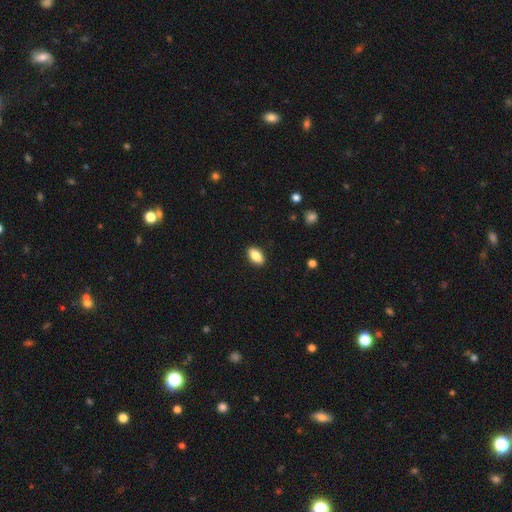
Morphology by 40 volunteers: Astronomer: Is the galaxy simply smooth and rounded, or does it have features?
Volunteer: smooth — 82%.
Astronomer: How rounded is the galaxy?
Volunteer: in between — 94%.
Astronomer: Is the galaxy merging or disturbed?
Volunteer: none — 86%.